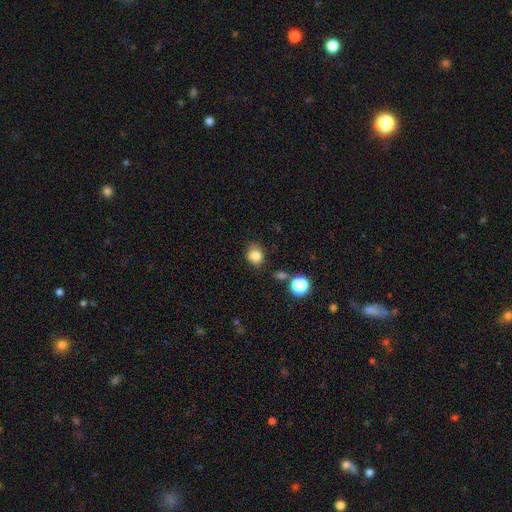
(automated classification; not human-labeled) Morphology: type=smooth (83%); roundness=round (64%); merging=none (73%).